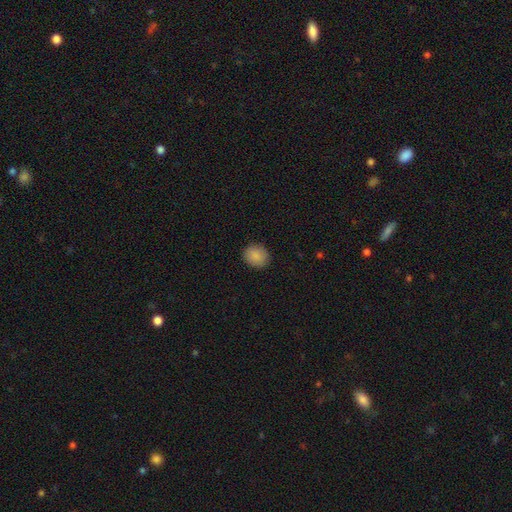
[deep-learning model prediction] smooth 88%, star or artifact 8%, featured or disk 4%. Down the decision tree: how rounded — round (71%); merging — none (89%).